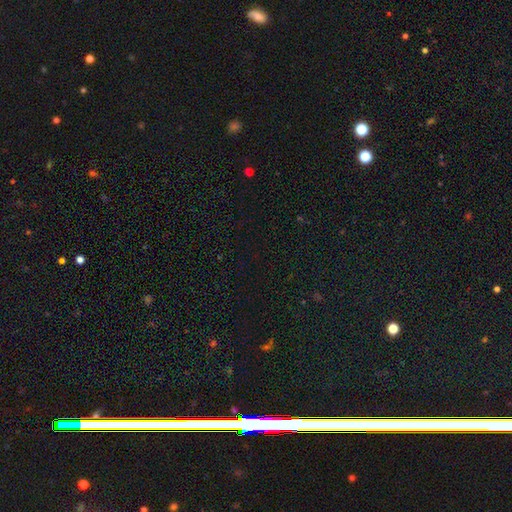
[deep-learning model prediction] Morphology: type=star or artifact (70%).